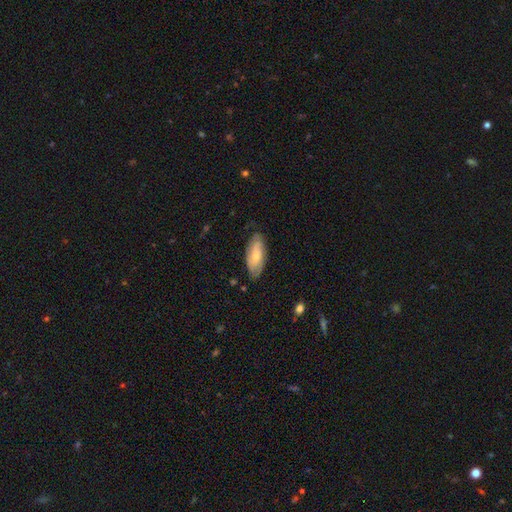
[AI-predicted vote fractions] This appears to be a smooth galaxy with no disk features (58%) that is in between round and cigar-shaped (85%). Merging: none (74%).